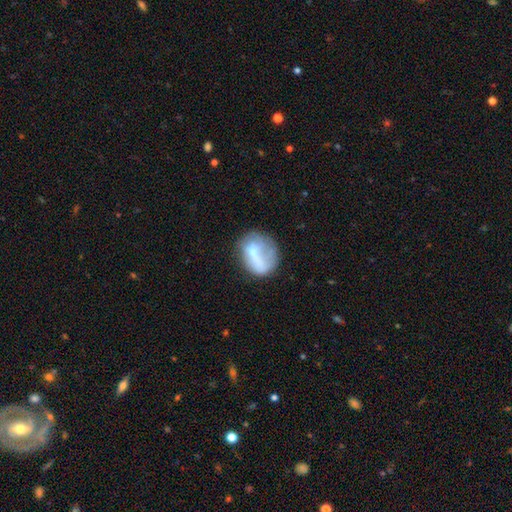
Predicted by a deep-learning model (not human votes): This is possibly a smooth galaxy (56%). How rounded: likely round (60%). Merging: possibly none (46%).